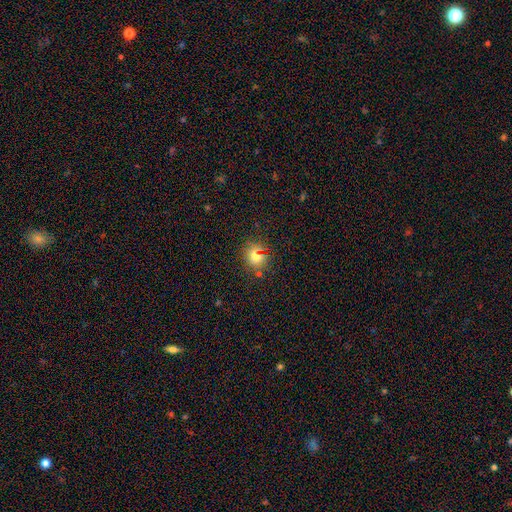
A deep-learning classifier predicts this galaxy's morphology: A smooth galaxy with no disk features (64%) that is round (85%). Merging: none (84%).